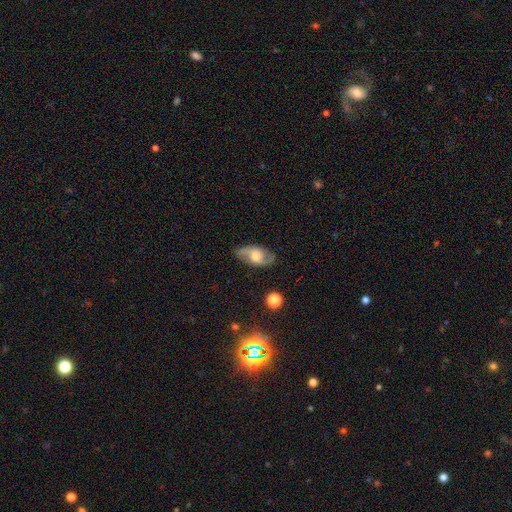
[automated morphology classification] featured or disk 63%, smooth 29%, star or artifact 7%. Down the decision tree: edge-on disk — no (92%); bar — no (59%); spiral arms — yes (85%); bulge size — moderate (61%); merging — none (80%).